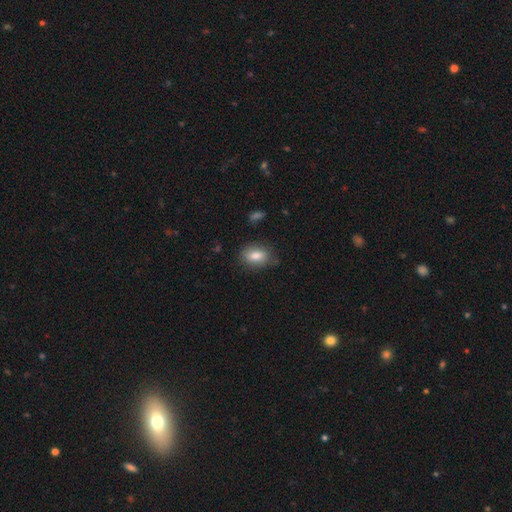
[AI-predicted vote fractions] Smooth or featured?
  - smooth: 82% *
  - featured or disk: 10%
  - star or artifact: 8%
How rounded?
  - in between: 82% *
  - round: 15%
  - cigar-shaped: 3%
Merging?
  - none: 79% *
  - minor disturbance: 16%
  - major disturbance: 4%
  - merger: 2%